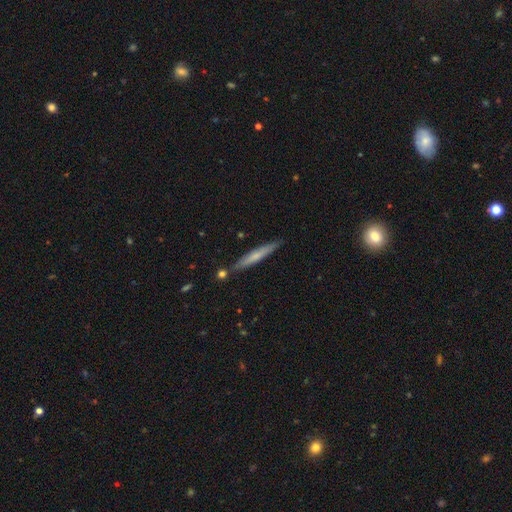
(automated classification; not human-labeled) Smooth or featured? Predicted: smooth (p=0.56). How rounded? Predicted: cigar-shaped (p=0.95). Merging? Predicted: none (p=0.85).